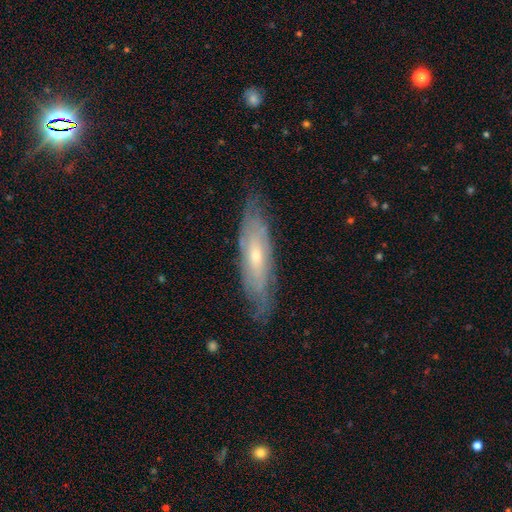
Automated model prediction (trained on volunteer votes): Morphology: type=featured or disk (70%); edge-on=no (60%); merging=none (79%).